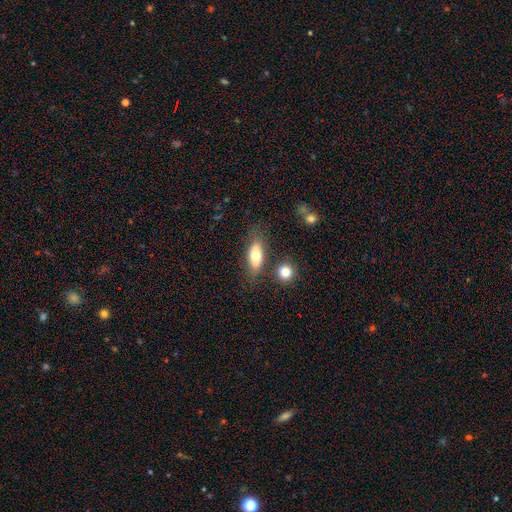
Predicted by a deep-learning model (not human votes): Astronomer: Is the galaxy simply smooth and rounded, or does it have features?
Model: smooth — 70%.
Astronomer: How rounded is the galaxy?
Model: in between — 78%.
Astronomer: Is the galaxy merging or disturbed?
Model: none — 72%.